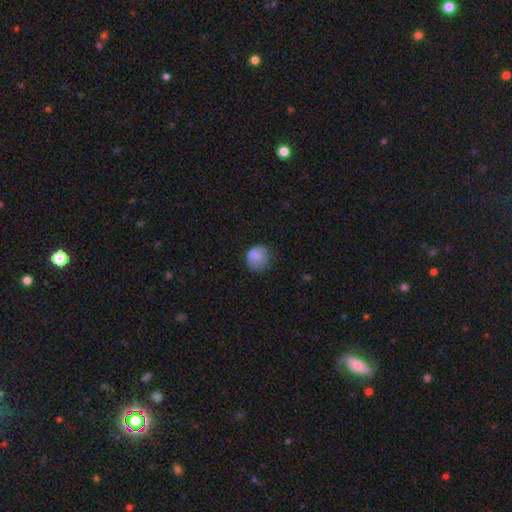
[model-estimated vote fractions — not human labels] The model was most divided on "merging": none: 64%, minor disturbance: 25%, major disturbance: 9%, merger: 2%. More confident: how rounded — round (85%); smooth or featured — smooth (82%).